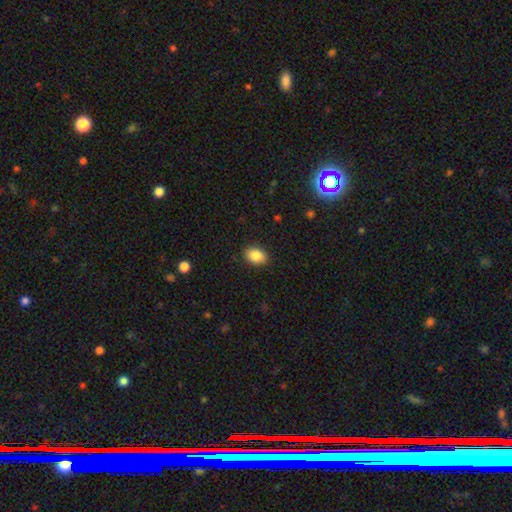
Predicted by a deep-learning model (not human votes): Smooth or featured: smooth — 86% (star or artifact — 8%)
How rounded: in between — 76% (round — 23%)
Merging: none — 88% (minor disturbance — 9%)